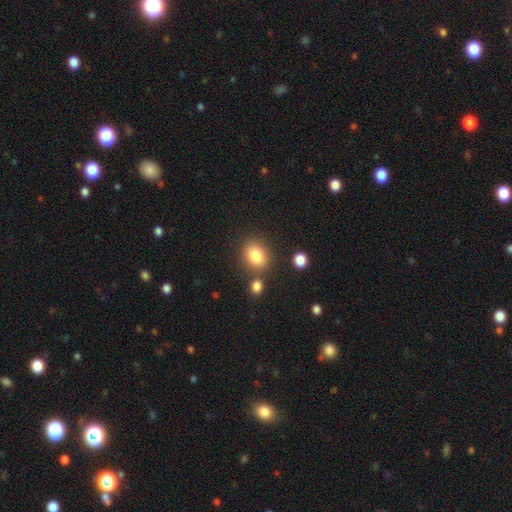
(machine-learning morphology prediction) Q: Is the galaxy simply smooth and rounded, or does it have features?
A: smooth — 83%.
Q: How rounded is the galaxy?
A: in between — 54%.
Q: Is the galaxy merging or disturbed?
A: none — 73%.